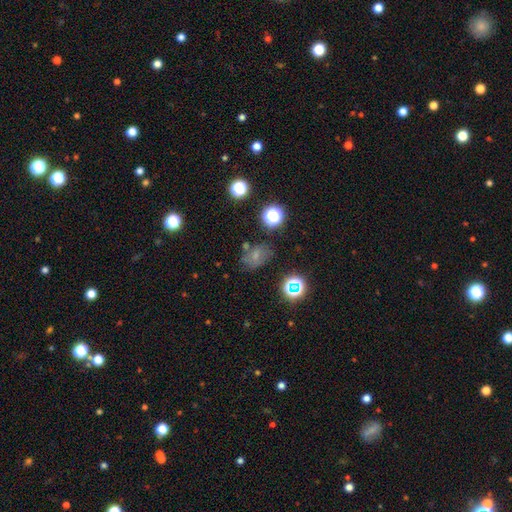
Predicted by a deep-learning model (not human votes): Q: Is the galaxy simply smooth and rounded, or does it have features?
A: smooth — 54%.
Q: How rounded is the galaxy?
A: in between — 66%.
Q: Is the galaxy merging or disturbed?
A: none — 61%.